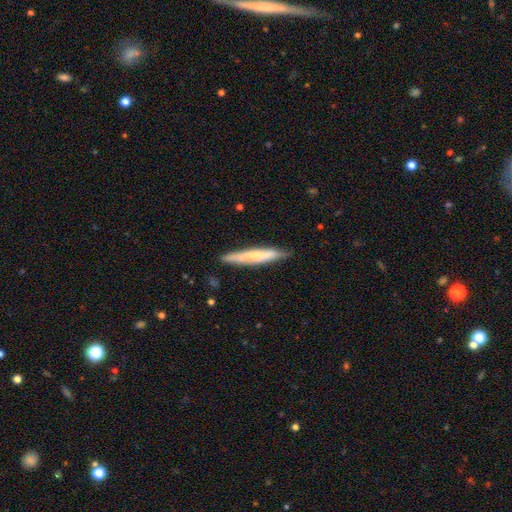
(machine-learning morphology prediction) smooth_or_featured: smooth (p=0.59) [alt: featured or disk p=0.35]
how_rounded: cigar-shaped (p=0.94) [alt: in between p=0.05]
merging: none (p=0.85) [alt: minor disturbance p=0.11]